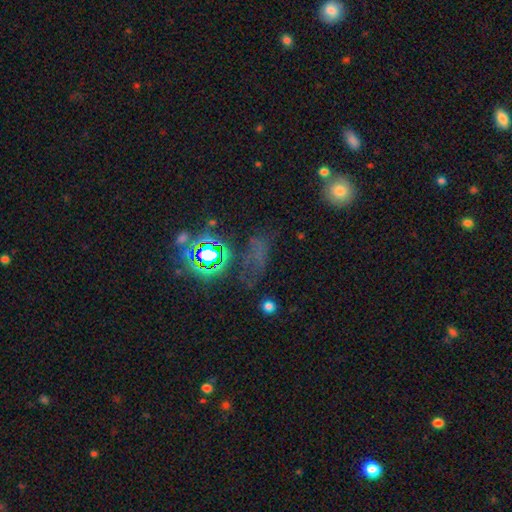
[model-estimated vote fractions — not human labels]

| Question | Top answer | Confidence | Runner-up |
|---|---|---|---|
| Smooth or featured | star or artifact | 52% | smooth (32%) |